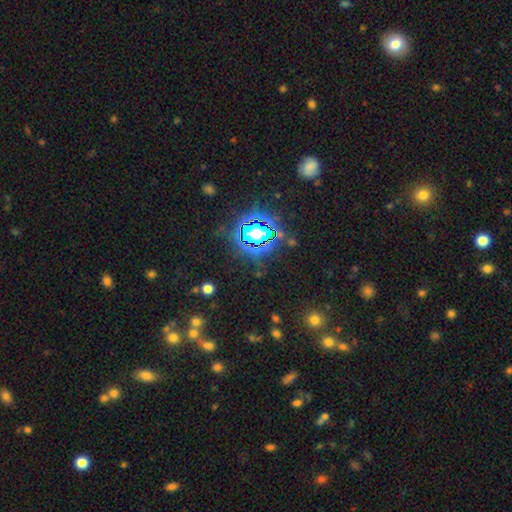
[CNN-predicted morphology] Smooth or featured?
  - star or artifact: 78% *
  - smooth: 14%
  - featured or disk: 8%